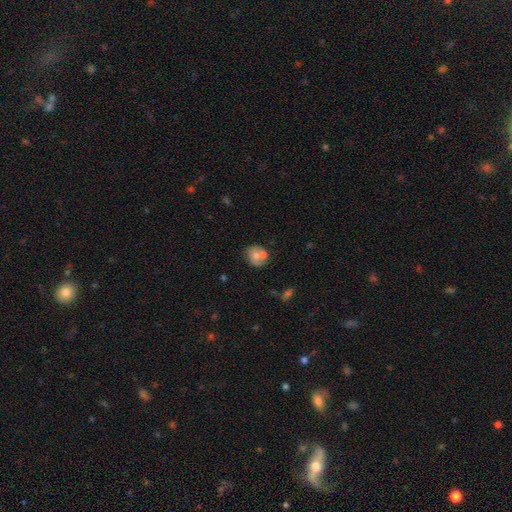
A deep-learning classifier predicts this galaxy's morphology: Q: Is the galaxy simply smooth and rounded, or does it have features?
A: smooth — 63%.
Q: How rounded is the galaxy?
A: round — 76%.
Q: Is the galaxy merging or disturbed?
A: none — 51%.